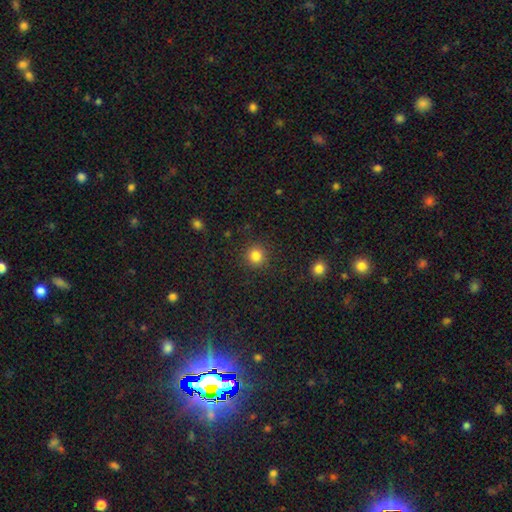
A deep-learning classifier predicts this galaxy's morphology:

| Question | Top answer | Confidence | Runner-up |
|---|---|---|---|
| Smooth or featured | smooth | 83% | star or artifact (12%) |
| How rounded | round | 93% | in between (6%) |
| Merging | none | 90% | minor disturbance (6%) |